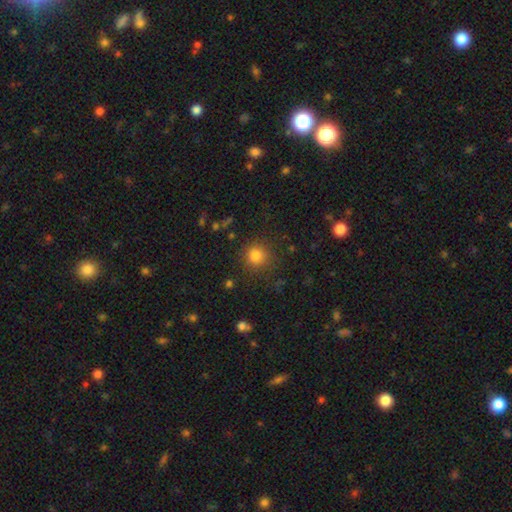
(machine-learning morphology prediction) This is clearly a smooth galaxy (81%). How rounded: clearly round (92%). Merging: clearly none (84%).